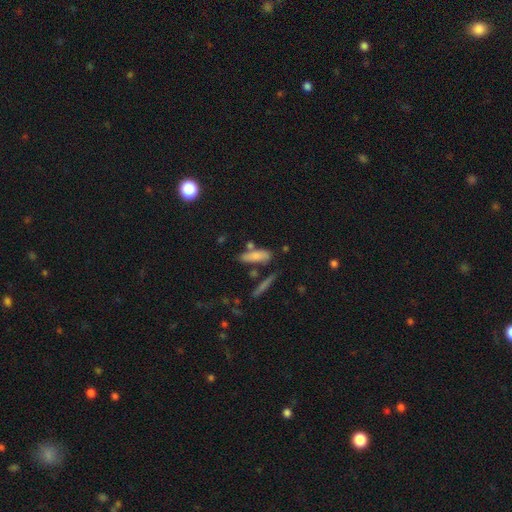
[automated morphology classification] This appears to be a smooth galaxy with no disk features (76%) that is in between round and cigar-shaped (51%). Merging: none (61%).